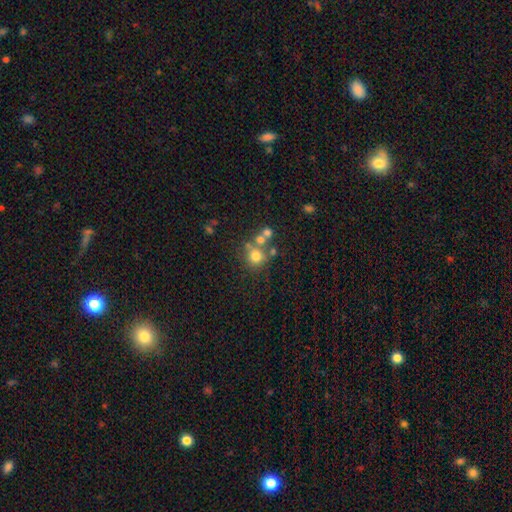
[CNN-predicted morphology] smooth-or-featured: smooth: 68% | star or artifact: 16% | featured or disk: 16%
  how-rounded: round: 87% | in between: 12% | cigar-shaped: 1%
  merging: none: 55% | merger: 30% | minor disturbance: 10% | major disturbance: 6%